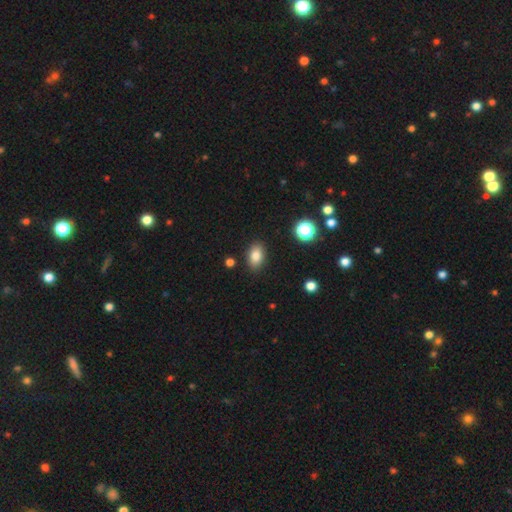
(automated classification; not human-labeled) A smooth galaxy with no disk features (83%) that is in between round and cigar-shaped (87%). Merging: none (86%).